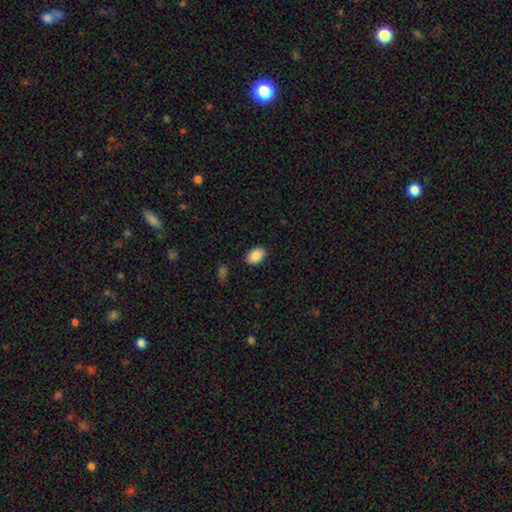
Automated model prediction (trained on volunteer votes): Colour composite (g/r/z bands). It shows a smooth galaxy with no disk features (89%) that is in between round and cigar-shaped (88%). Merging: none (87%).